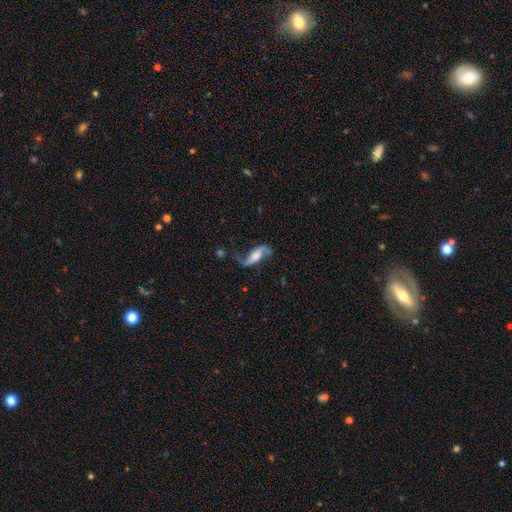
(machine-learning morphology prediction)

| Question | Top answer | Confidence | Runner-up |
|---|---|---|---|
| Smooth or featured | featured or disk | 76% | smooth (18%) |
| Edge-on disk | no | 89% | yes (11%) |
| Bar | no | 40% | weak (35%) |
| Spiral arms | yes | 93% | no (7%) |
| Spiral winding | loose | 79% | medium (17%) |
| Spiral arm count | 2 | 90% | 1 (5%) |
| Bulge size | moderate | 37% | large (26%) |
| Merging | none | 58% | minor disturbance (21%) |